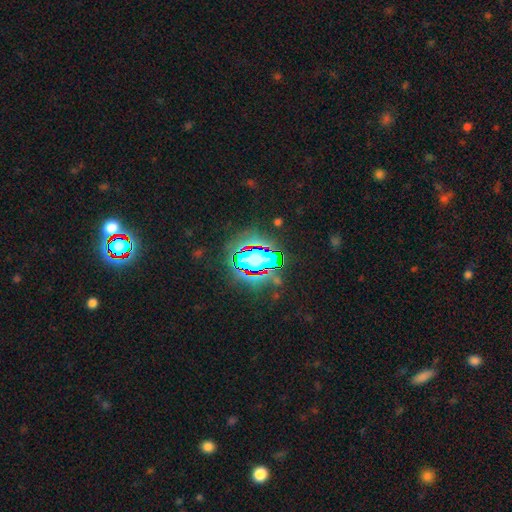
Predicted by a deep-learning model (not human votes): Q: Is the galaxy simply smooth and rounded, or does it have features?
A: star or artifact — 75%.